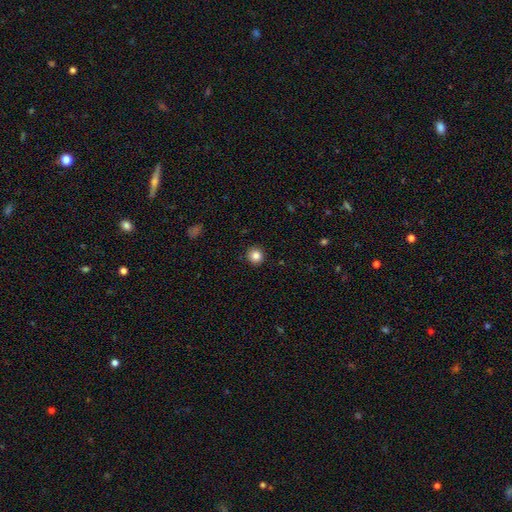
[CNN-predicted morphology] smooth_or_featured: smooth (p=0.85) [alt: star or artifact p=0.10]
how_rounded: round (p=0.93) [alt: in between p=0.06]
merging: none (p=0.92) [alt: minor disturbance p=0.05]